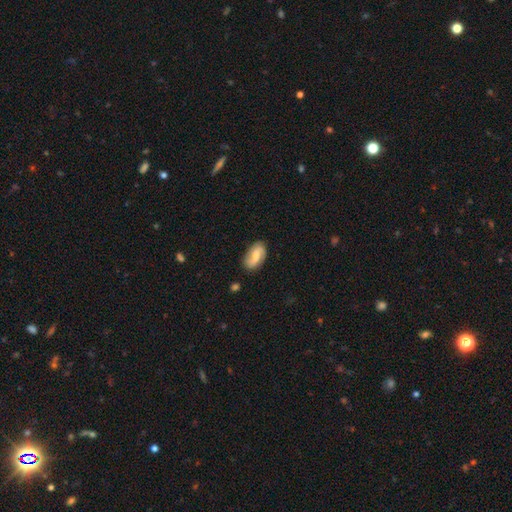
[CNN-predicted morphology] Smooth or featured?
  - featured or disk: 47% *
  - smooth: 45%
  - star or artifact: 8%
Merging?
  - none: 75% *
  - minor disturbance: 18%
  - major disturbance: 5%
  - merger: 2%